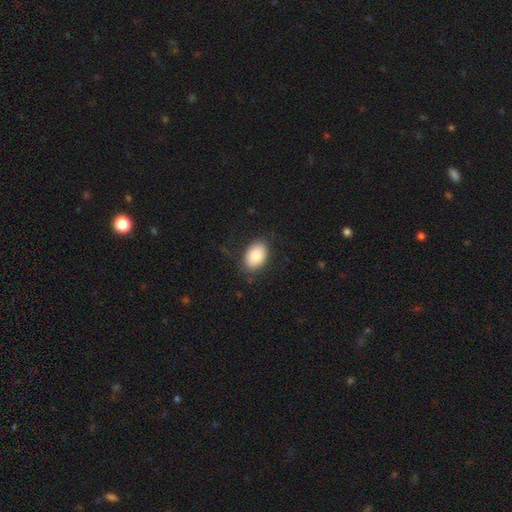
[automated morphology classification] Overall: smooth (82%). How rounded: in between (85%). Merging: none (80%).